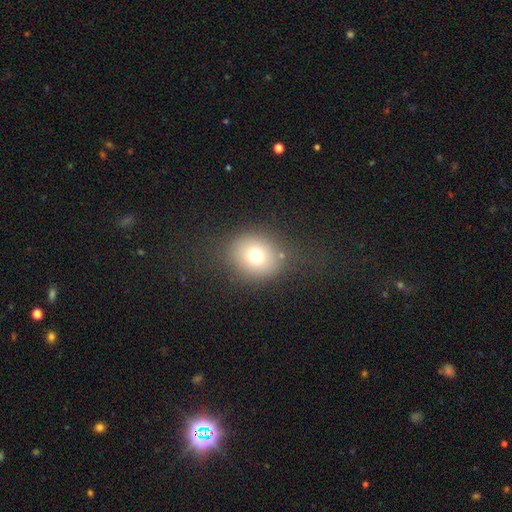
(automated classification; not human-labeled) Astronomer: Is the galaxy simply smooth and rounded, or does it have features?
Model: smooth — 73%.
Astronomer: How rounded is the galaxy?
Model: round — 73%.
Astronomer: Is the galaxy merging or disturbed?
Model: none — 72%.